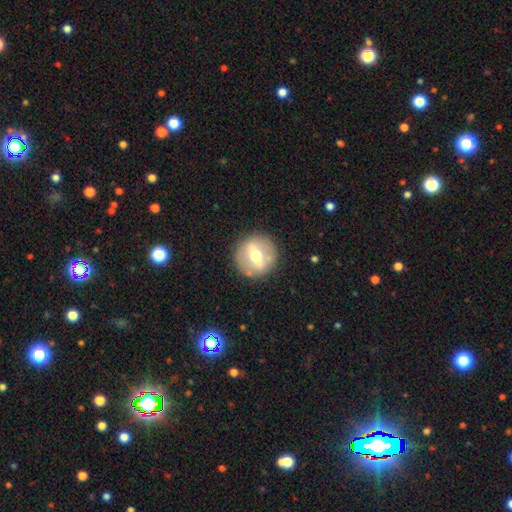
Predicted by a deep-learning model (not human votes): A featured or disk galaxy (60%).

Vote fractions:
- Smooth or featured? featured or disk: 60% / smooth: 32% / star or artifact: 7%
- Edge-on disk? no: 75% / yes: 25%
- Merging? none: 87% / minor disturbance: 8% / major disturbance: 3% / merger: 2%